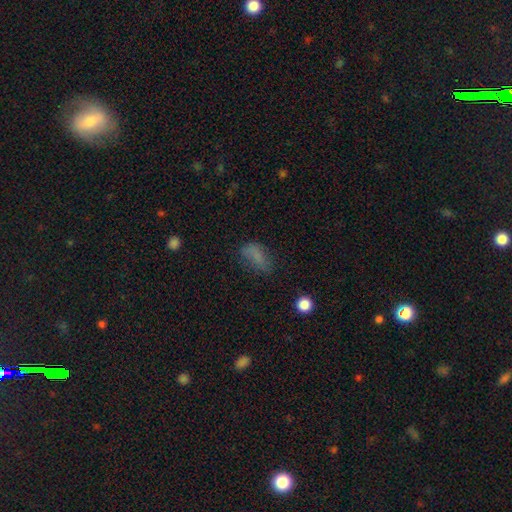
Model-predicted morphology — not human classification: A smooth galaxy with no disk features (72%) that is in between round and cigar-shaped (86%). Merging: none (57%).